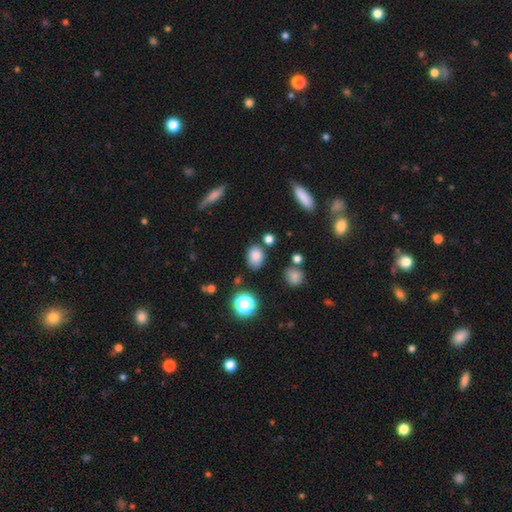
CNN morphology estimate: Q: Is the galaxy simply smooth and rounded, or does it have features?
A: smooth — 80%.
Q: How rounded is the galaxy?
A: in between — 72%.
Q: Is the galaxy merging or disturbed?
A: none — 76%.